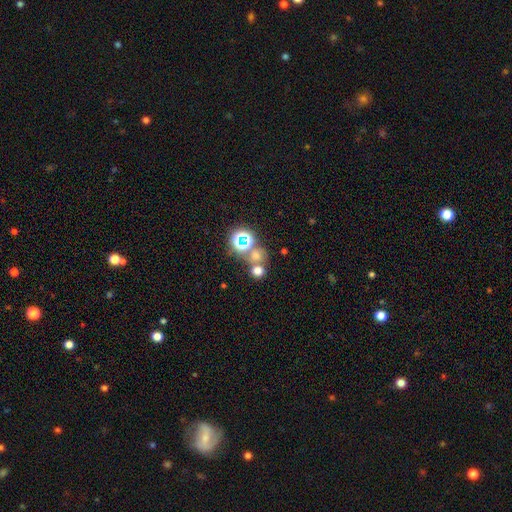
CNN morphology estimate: Smooth or featured: smooth — 57% (star or artifact — 34%)
How rounded: round — 78% (in between — 20%)
Merging: none — 55% (merger — 33%)